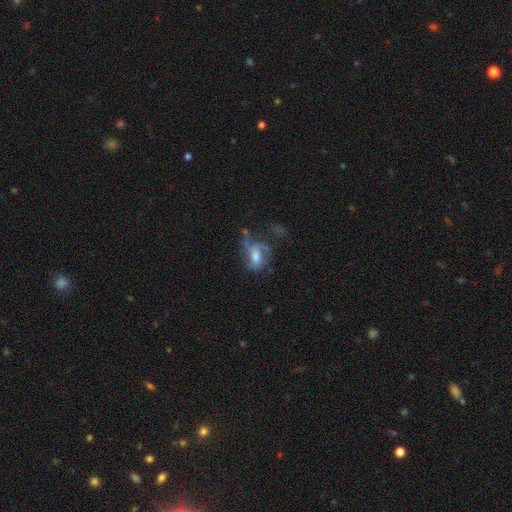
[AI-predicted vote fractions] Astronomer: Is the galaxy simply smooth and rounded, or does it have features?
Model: featured or disk — 64%.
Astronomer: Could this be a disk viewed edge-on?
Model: no — 97%.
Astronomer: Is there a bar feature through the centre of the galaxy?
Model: no — 49% (runner-up: weak, 39%).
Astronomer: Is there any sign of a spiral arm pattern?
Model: yes — 75%.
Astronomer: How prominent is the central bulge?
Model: moderate — 54%.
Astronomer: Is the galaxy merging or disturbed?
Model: major disturbance — 38% (runner-up: none, 34%).